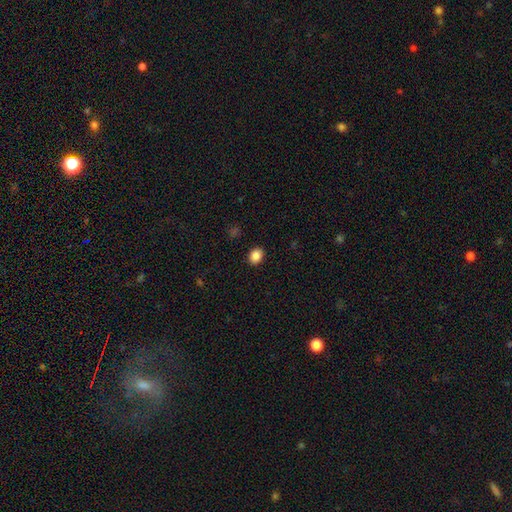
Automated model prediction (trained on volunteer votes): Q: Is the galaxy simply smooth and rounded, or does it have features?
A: smooth — 87%.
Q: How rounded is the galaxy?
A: in between — 57%.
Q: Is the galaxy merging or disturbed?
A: none — 91%.